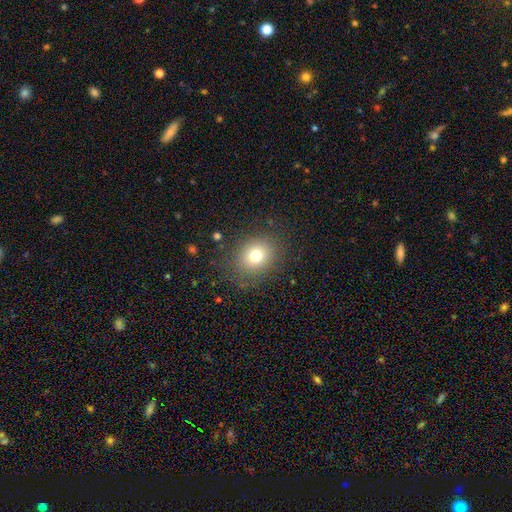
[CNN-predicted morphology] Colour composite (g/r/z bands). It shows a smooth galaxy with no disk features (76%) that is round (61%). Merging: none (83%).